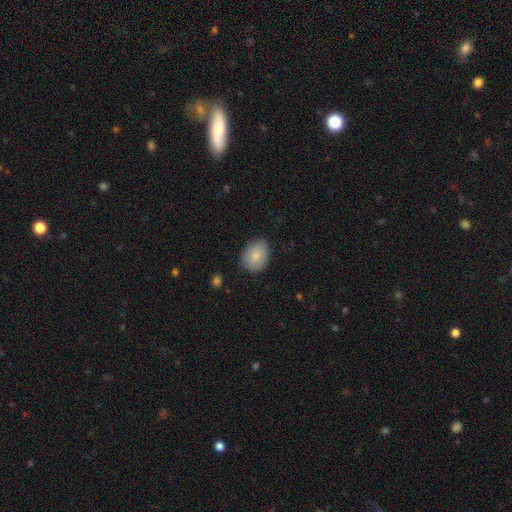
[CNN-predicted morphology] Smooth or featured? smooth (84%)
How rounded? round (52%)
Merging? none (78%)